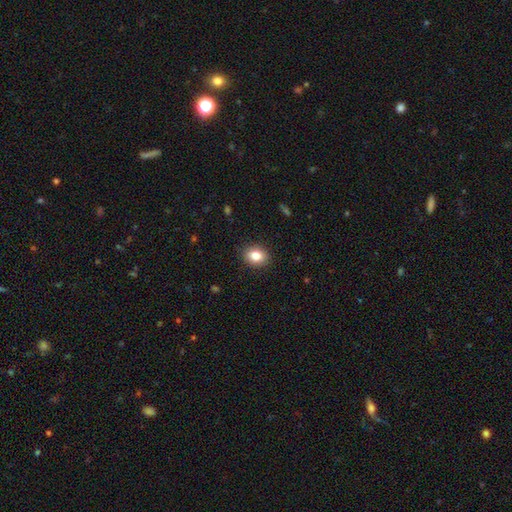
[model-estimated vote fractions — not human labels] This appears to be a smooth galaxy with no disk features (83%) that is in between round and cigar-shaped (56%). Merging: none (90%).